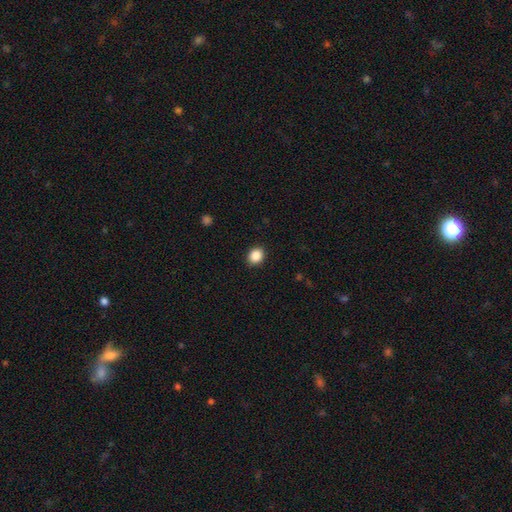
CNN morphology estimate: The model was most divided on "how rounded": round: 63%, in between: 36%, cigar-shaped: 1%. More confident: merging — none (91%); smooth or featured — smooth (87%).